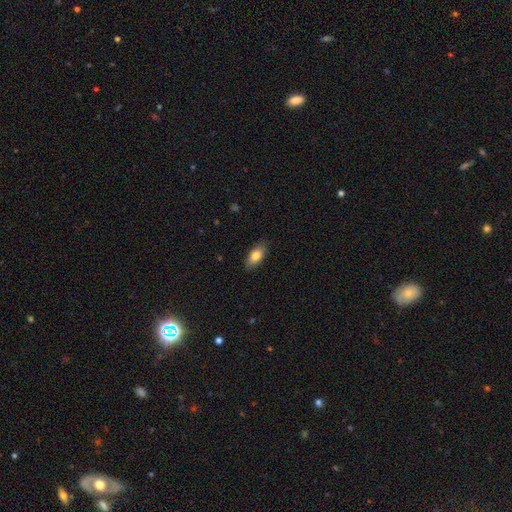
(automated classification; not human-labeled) This appears to be a smooth galaxy with no disk features (81%) that is in between round and cigar-shaped (89%). Merging: none (86%).